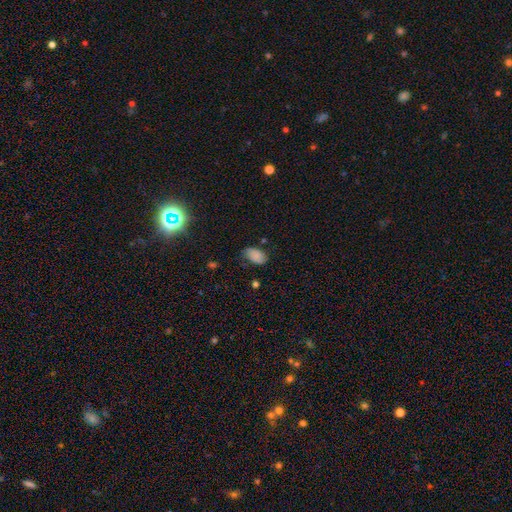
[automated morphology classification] Smooth or featured? Predicted: smooth (p=0.79). How rounded? Predicted: in between (p=0.91). Merging? Predicted: none (p=0.66).